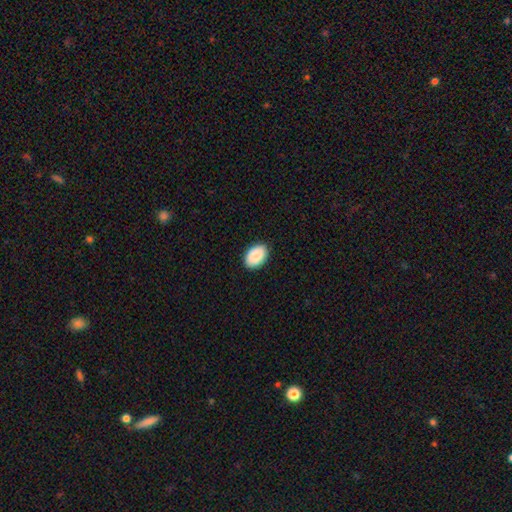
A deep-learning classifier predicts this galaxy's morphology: Overall: smooth (89%). How rounded: in between (89%). Merging: none (89%).